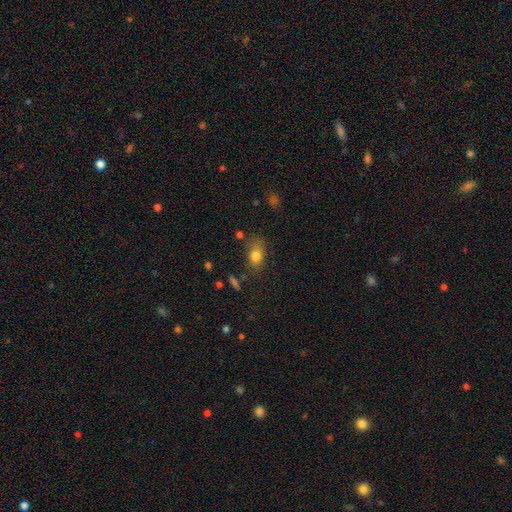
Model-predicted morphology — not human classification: A smooth galaxy with no disk features (80%) that is in between round and cigar-shaped (78%). Merging: none (66%).